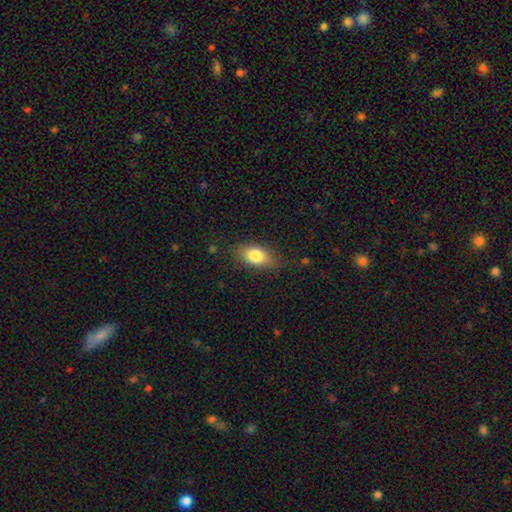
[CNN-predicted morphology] Smooth or featured? smooth (81%)
How rounded? in between (85%)
Merging? none (77%)